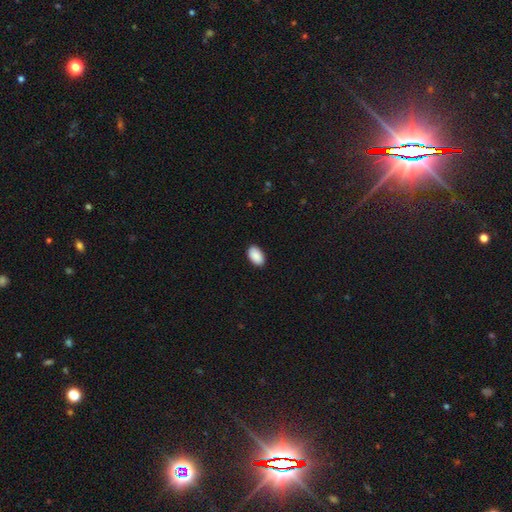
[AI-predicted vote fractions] Smooth or featured? smooth (91%)
How rounded? in between (94%)
Merging? none (89%)